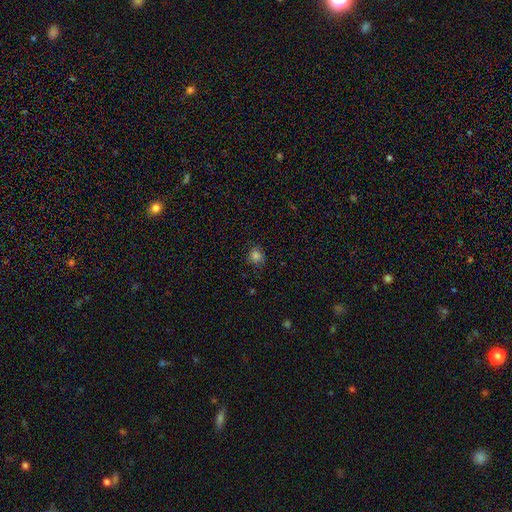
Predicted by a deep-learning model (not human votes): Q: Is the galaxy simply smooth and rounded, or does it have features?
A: smooth — 80%.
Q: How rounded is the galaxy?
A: round — 84%.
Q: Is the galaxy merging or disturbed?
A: none — 81%.